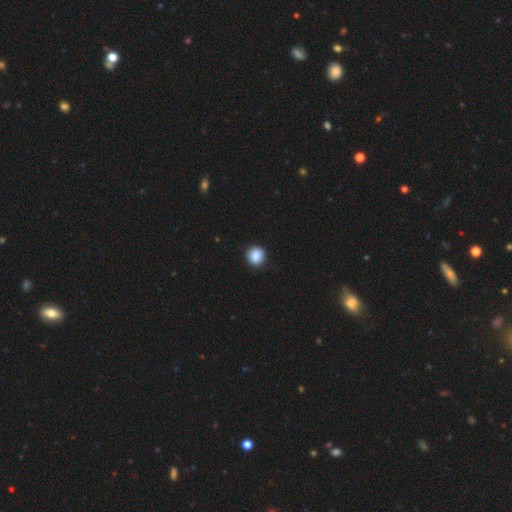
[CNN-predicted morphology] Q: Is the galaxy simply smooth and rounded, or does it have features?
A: smooth — 86%.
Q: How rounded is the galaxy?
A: round — 88%.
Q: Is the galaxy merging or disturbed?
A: none — 88%.